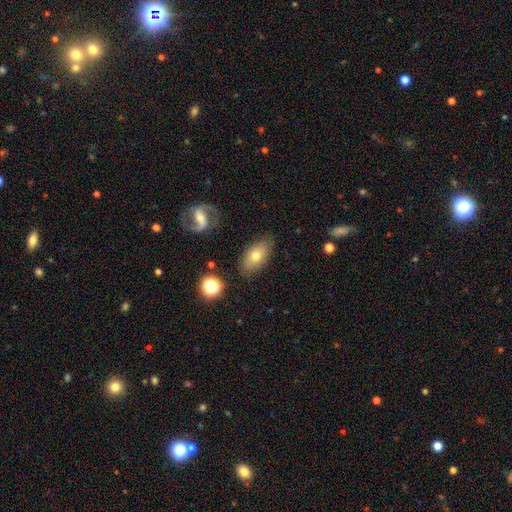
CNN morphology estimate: smooth_or_featured: smooth (p=0.67) [alt: featured or disk p=0.24]
how_rounded: in between (p=0.88) [alt: round p=0.09]
merging: none (p=0.80) [alt: minor disturbance p=0.14]